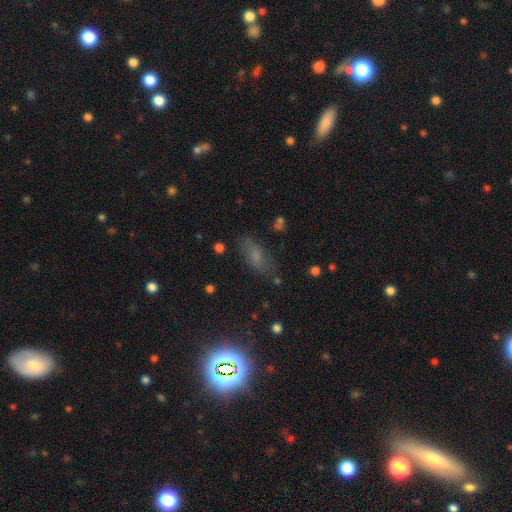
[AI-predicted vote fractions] Morphology: type=smooth (63%); roundness=in between (77%); merging=none (73%).